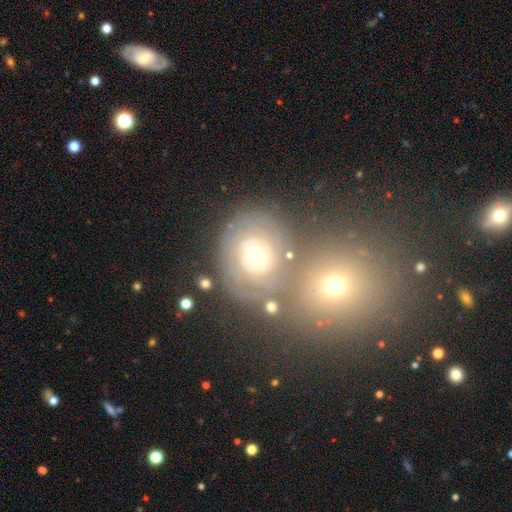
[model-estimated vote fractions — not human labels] This is likely a featured or disk galaxy (72%). It is clearly not viewed edge-on (97%). Bar: likely no (79%). Spiral arm pattern: clearly yes (87%). Spiral arm count: marginally can't tell (40%). Spiral winding: likely tight (78%). Central bulge: possibly small (51%). Merging: possibly none (59%).